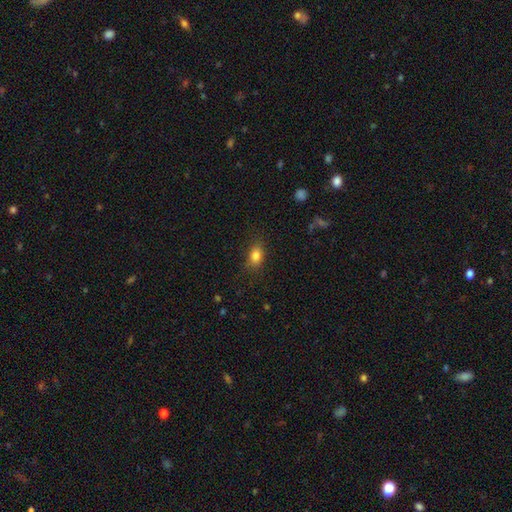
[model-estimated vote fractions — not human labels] Smooth or featured? smooth (83%)
How rounded? in between (79%)
Merging? none (82%)